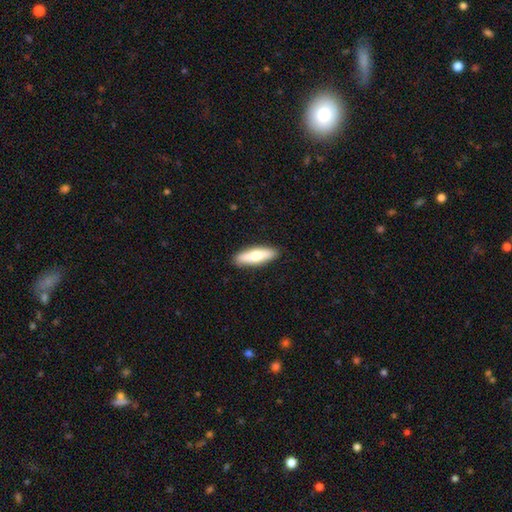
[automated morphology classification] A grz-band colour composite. It shows a smooth galaxy with no disk features (66%) that is cigar-shaped (54%). Merging: none (89%).